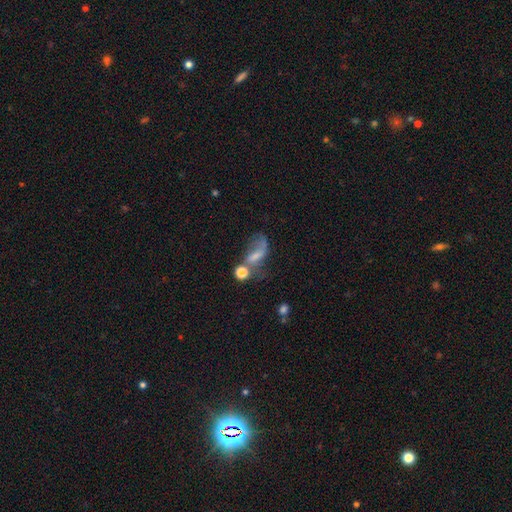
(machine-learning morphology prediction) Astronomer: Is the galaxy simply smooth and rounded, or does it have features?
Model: featured or disk — 47% (runner-up: smooth, 37%).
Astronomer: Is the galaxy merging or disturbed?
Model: major disturbance — 37% (runner-up: none, 25%).